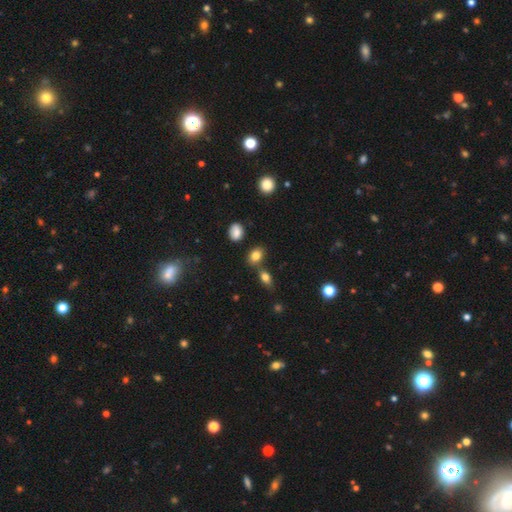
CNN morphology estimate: Smooth or featured: smooth — 81% (star or artifact — 11%)
How rounded: in between — 68% (round — 30%)
Merging: none — 66% (merger — 19%)